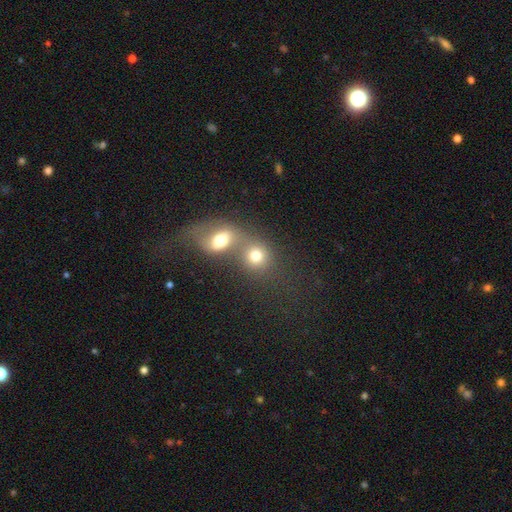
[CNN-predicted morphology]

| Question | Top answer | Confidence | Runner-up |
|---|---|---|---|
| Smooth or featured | smooth | 74% | featured or disk (15%) |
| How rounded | round | 72% | in between (27%) |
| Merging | merger | 59% | none (30%) |